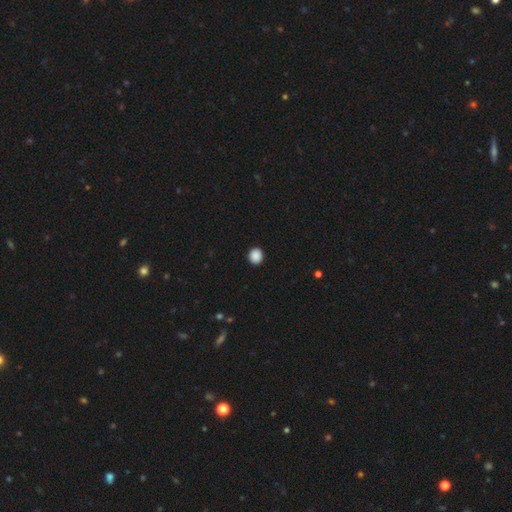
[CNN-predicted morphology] A smooth galaxy with no disk features (89%) that is round (87%). Merging: none (93%).